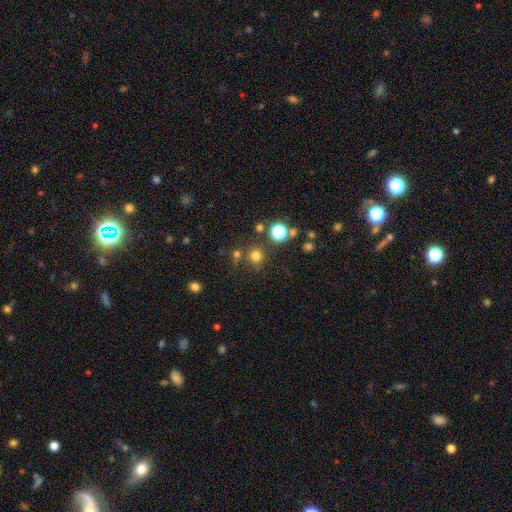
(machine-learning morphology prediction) type=smooth (72%); roundness=round (93%); merging=none (78%).